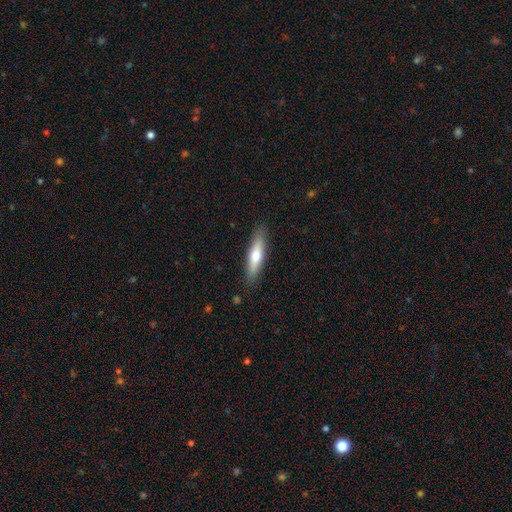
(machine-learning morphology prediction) This is possibly a smooth galaxy (60%). How rounded: likely cigar-shaped (73%). Merging: clearly none (87%).